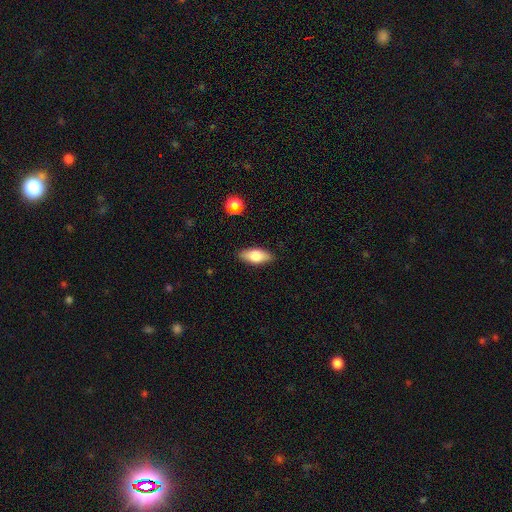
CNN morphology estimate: Overall: smooth (73%). How rounded: in between (85%). Merging: none (87%).